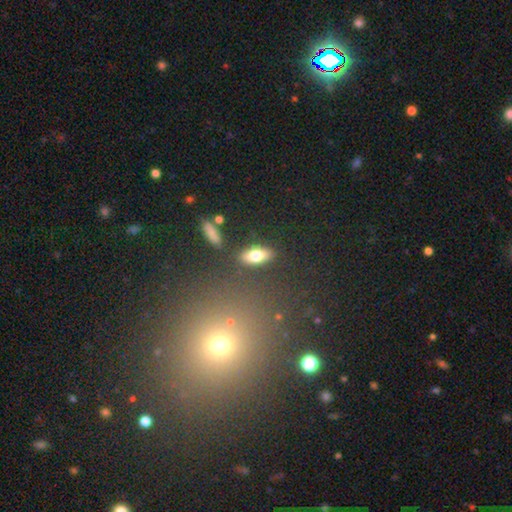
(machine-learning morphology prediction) Overall: smooth (75%). How rounded: in between (81%). Merging: none (83%).